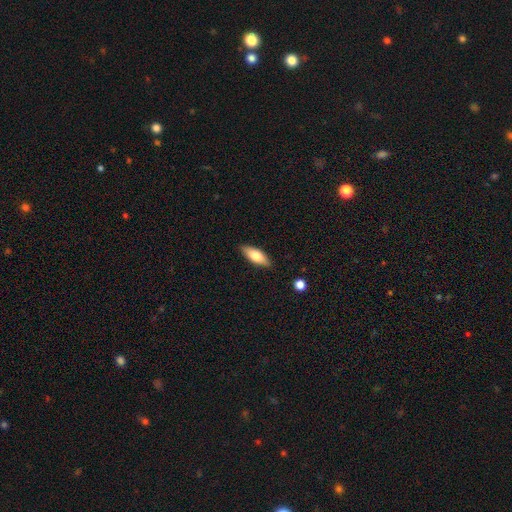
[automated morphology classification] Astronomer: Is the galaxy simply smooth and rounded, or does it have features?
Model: smooth — 69%.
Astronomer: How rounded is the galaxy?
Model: in between — 71%.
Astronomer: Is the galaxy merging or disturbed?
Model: none — 87%.